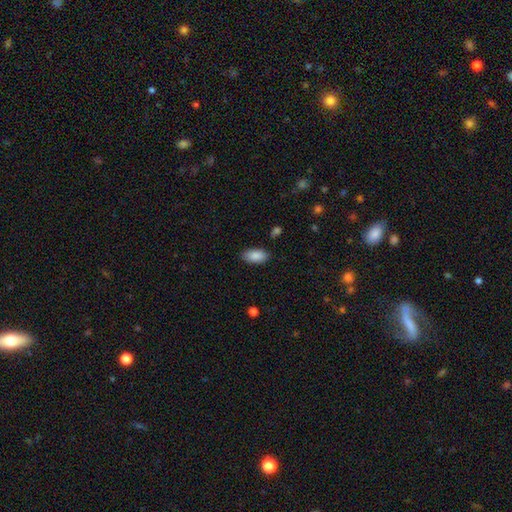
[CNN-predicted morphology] Smooth or featured?
  - smooth: 88% *
  - star or artifact: 7%
  - featured or disk: 5%
How rounded?
  - in between: 94% *
  - cigar-shaped: 4%
  - round: 3%
Merging?
  - none: 86% *
  - minor disturbance: 11%
  - major disturbance: 2%
  - merger: 1%